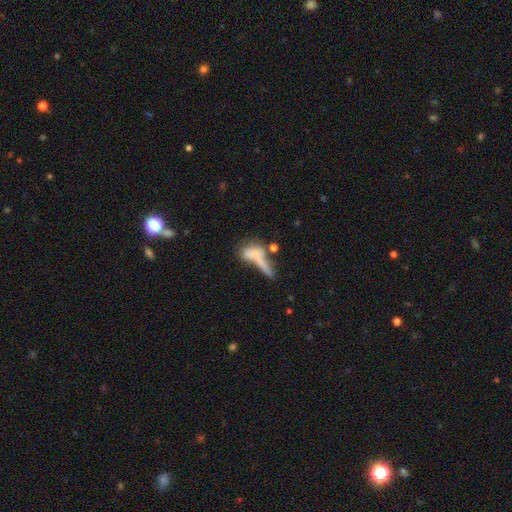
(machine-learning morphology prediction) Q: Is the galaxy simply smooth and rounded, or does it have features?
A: smooth — 61%.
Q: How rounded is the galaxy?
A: in between — 49%.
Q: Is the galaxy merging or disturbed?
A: merger — 40%.